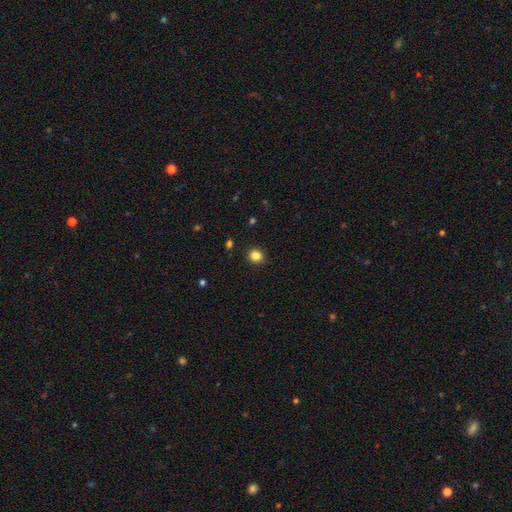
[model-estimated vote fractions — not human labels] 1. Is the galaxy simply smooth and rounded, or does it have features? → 85% smooth, 12% star or artifact, 4% featured or disk.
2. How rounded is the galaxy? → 82% round, 17% in between, 1% cigar-shaped.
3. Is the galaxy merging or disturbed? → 91% none, 6% minor disturbance, 2% major disturbance, 1% merger.